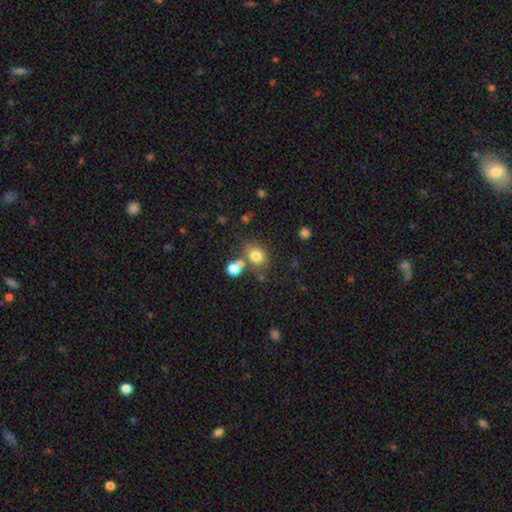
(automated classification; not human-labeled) Q: Smooth or featured?
A: smooth (78%); runner-up: star or artifact (13%)
Q: How rounded?
A: round (62%); runner-up: in between (37%)
Q: Merging?
A: none (63%); runner-up: merger (20%)